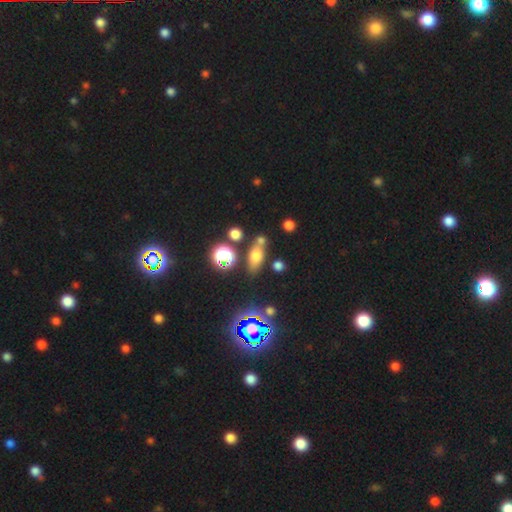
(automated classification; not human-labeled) Overall: smooth (59%; star or artifact 24%). How rounded: in between (64%). Merging: none (65%).